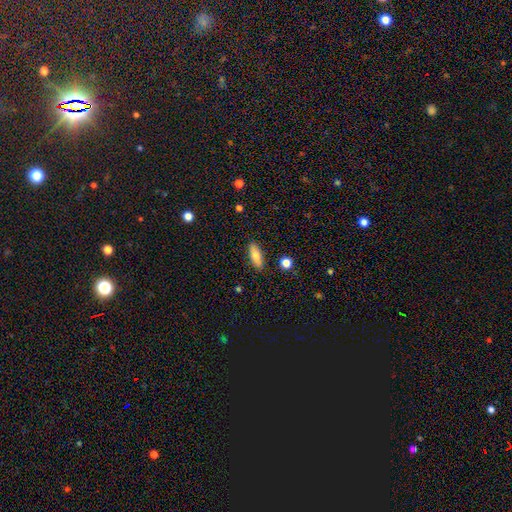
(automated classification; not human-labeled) Q: Smooth or featured?
A: smooth (79%); runner-up: featured or disk (13%)
Q: How rounded?
A: in between (73%); runner-up: cigar-shaped (24%)
Q: Merging?
A: none (87%); runner-up: minor disturbance (9%)